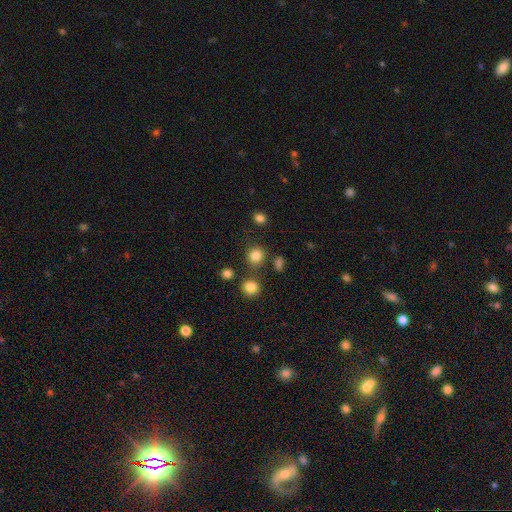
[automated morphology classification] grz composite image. It shows a smooth galaxy with no disk features (82%) that is round (84%). Merging: none (78%).